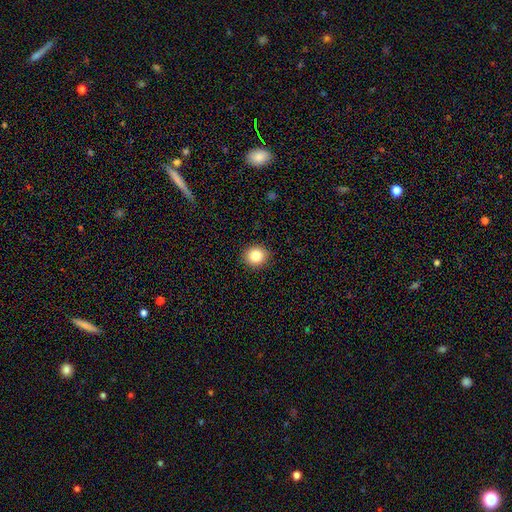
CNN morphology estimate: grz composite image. It shows a smooth galaxy with no disk features (84%) that is round (83%). Merging: none (91%).